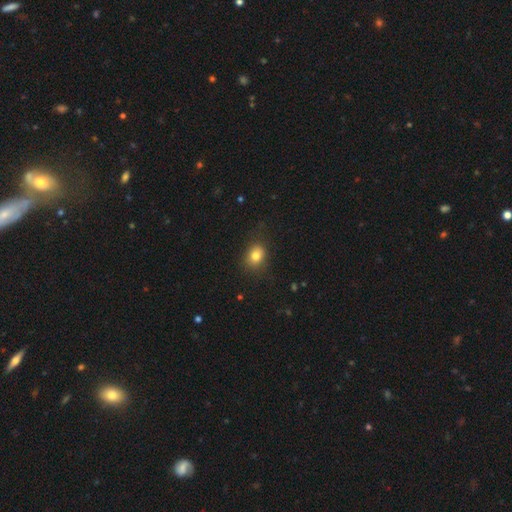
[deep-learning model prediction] smooth 80%, star or artifact 12%, featured or disk 8%. Down the decision tree: how rounded — round (52%); merging — none (80%).